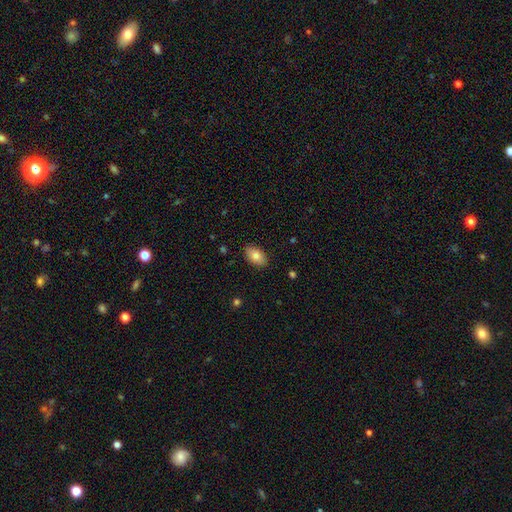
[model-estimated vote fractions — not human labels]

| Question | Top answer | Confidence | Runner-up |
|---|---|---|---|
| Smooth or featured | smooth | 81% | featured or disk (12%) |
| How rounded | in between | 92% | round (7%) |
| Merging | none | 88% | minor disturbance (9%) |